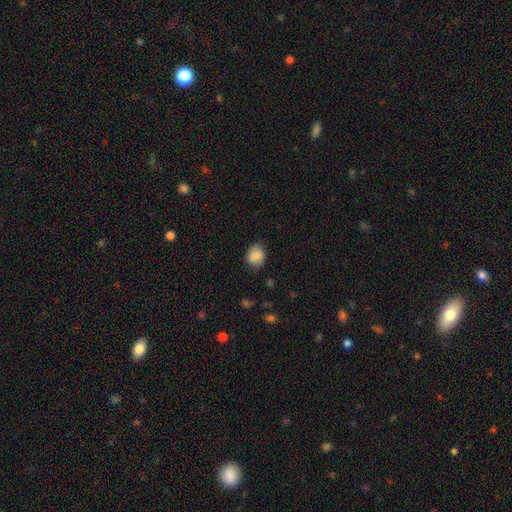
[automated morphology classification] Q: Smooth or featured?
A: smooth (85%); runner-up: star or artifact (8%)
Q: How rounded?
A: round (50%); runner-up: in between (49%)
Q: Merging?
A: none (75%); runner-up: minor disturbance (19%)